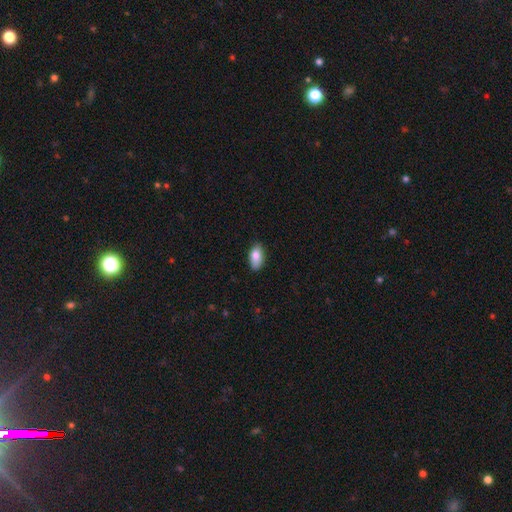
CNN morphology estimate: smooth-or-featured: smooth: 82% | featured or disk: 11% | star or artifact: 7%
  how-rounded: in between: 91% | cigar-shaped: 6% | round: 4%
  merging: none: 84% | minor disturbance: 13% | major disturbance: 2% | merger: 1%